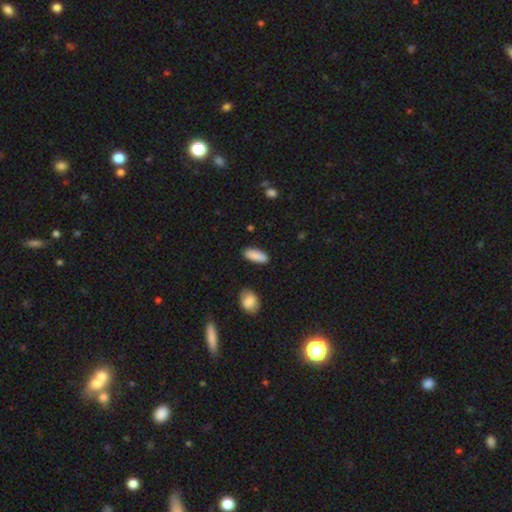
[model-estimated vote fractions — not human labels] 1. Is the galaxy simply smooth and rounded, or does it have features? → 89% smooth, 6% star or artifact, 5% featured or disk.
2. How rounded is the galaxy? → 76% in between, 22% cigar-shaped, 2% round.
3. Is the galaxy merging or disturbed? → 87% none, 9% minor disturbance, 2% major disturbance, 2% merger.